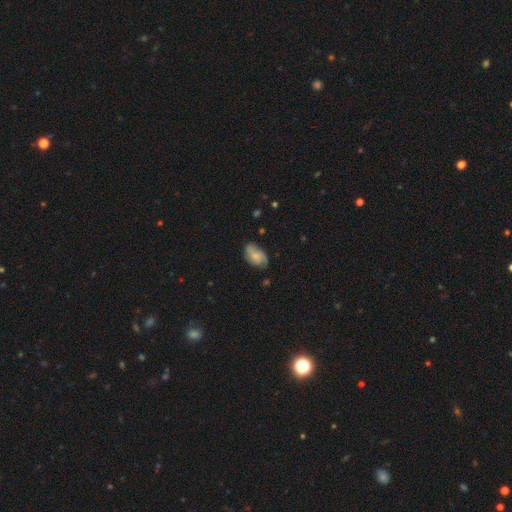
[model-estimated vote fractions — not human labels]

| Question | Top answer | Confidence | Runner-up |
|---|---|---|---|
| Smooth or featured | featured or disk | 53% | smooth (39%) |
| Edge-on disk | no | 96% | yes (4%) |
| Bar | no | 69% | weak (27%) |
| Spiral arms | yes | 89% | no (11%) |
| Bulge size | small | 35% | moderate (29%) |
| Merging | none | 66% | minor disturbance (24%) |